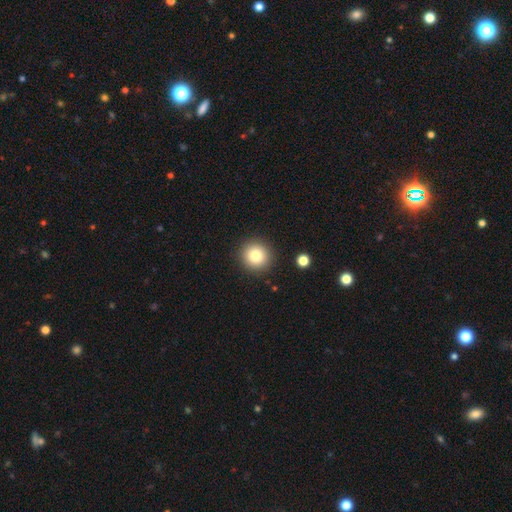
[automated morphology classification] A smooth galaxy with no disk features (81%) that is round (93%).

Vote fractions:
- Smooth or featured? smooth: 81% / star or artifact: 11% / featured or disk: 8%
- How rounded? round: 93% / in between: 6% / cigar-shaped: 1%
- Merging? none: 90% / minor disturbance: 6% / major disturbance: 2% / merger: 2%